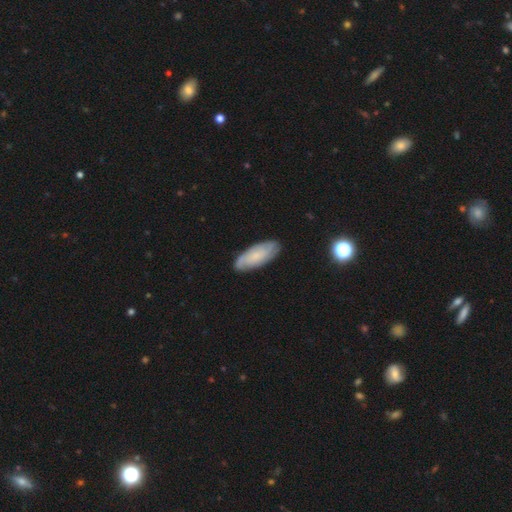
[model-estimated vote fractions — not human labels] smooth-or-featured: smooth: 53% | featured or disk: 40% | star or artifact: 7%
  how-rounded: in between: 76% | cigar-shaped: 22% | round: 2%
  merging: none: 82% | minor disturbance: 14% | major disturbance: 3% | merger: 1%